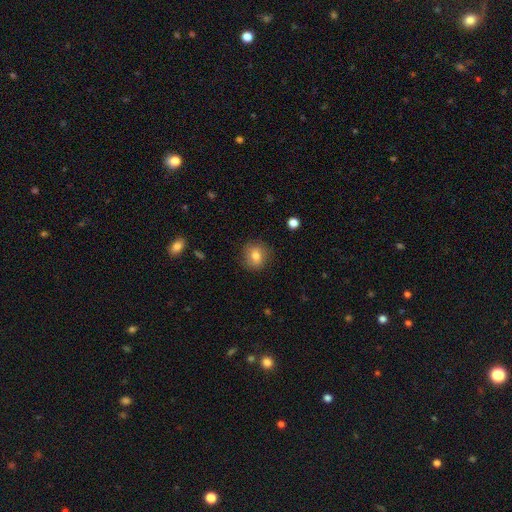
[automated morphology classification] Q: Smooth or featured?
A: smooth (78%); runner-up: featured or disk (12%)
Q: How rounded?
A: round (77%); runner-up: in between (22%)
Q: Merging?
A: none (84%); runner-up: minor disturbance (12%)